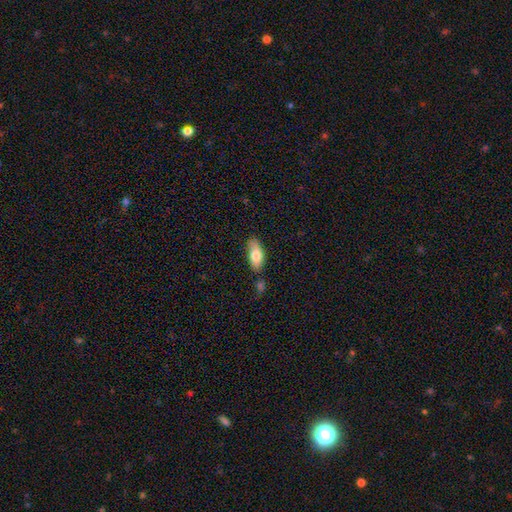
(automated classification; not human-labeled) This is likely a smooth galaxy (77%). How rounded: clearly in between (84%). Merging: likely none (69%).